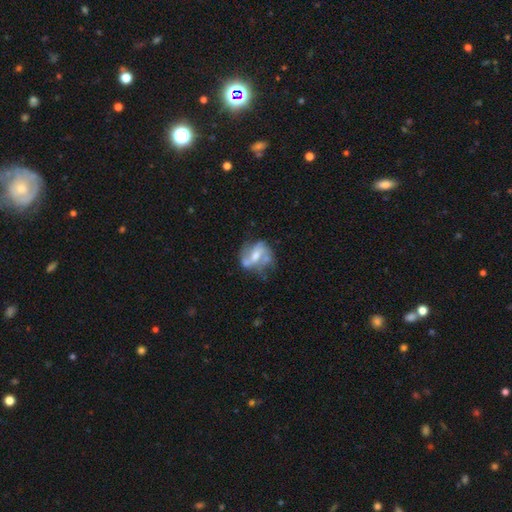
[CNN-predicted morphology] This appears to be a featured or disk galaxy (70%) with a weak bar (41%), 2 (71%) loose (53%) spiral arms (77%) and a moderate central bulge (50%). Merging: none (48%).